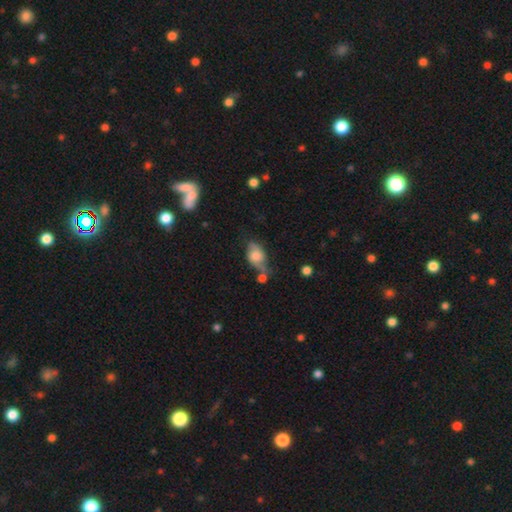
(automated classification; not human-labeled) Smooth or featured? smooth (52%)
How rounded? in between (79%)
Merging? none (38%)